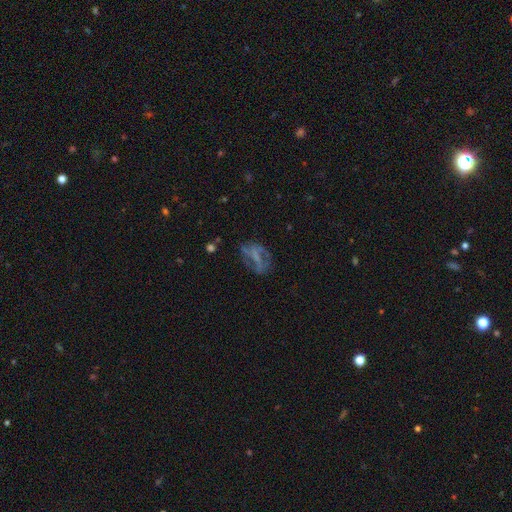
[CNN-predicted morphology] type=featured or disk (56%); edge-on=no (95%); bar=no (49%); spiral arms=no (61%); bulge=none (65%); merging=none (48%).